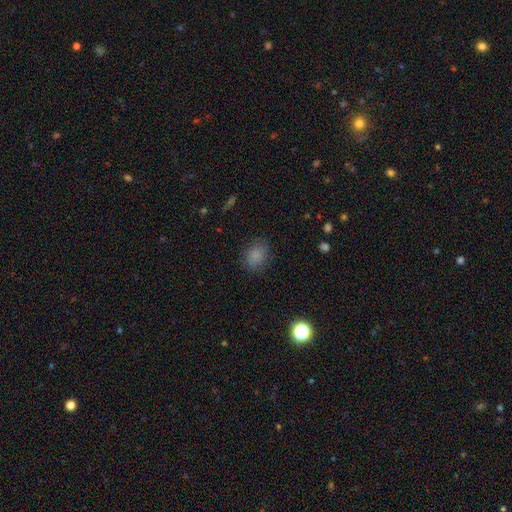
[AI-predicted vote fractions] A smooth galaxy with no disk features (82%) that is in between round and cigar-shaped (63%).

Vote fractions:
- Smooth or featured? smooth: 82% / star or artifact: 11% / featured or disk: 7%
- How rounded? in between: 63% / round: 36% / cigar-shaped: 1%
- Merging? none: 79% / minor disturbance: 16% / major disturbance: 5% / merger: 1%